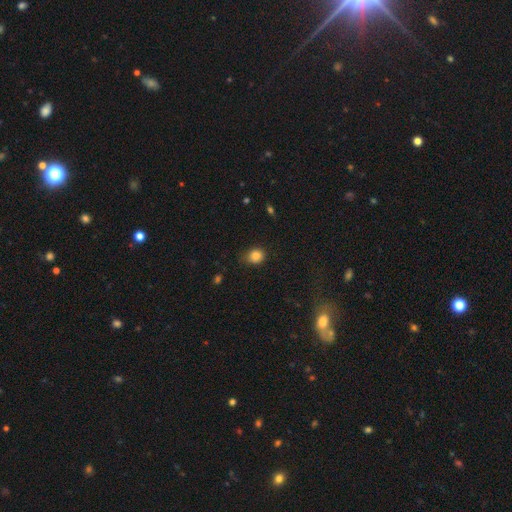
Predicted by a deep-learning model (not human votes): Overall: smooth (84%). How rounded: round (74%). Merging: none (74%).